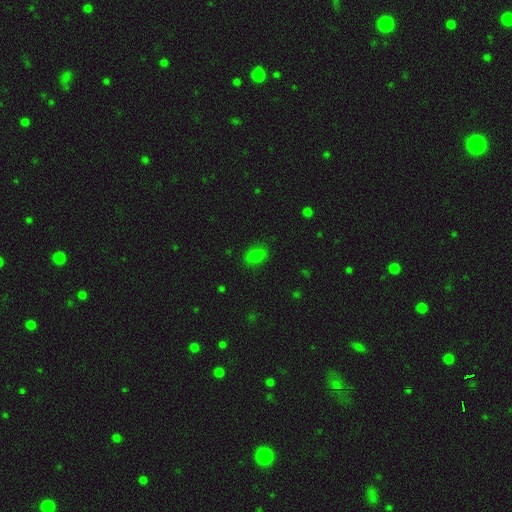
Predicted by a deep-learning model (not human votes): smooth-or-featured: smooth: 80% | star or artifact: 13% | featured or disk: 6%
  how-rounded: in between: 83% | round: 14% | cigar-shaped: 3%
  merging: none: 82% | minor disturbance: 13% | major disturbance: 3% | merger: 1%